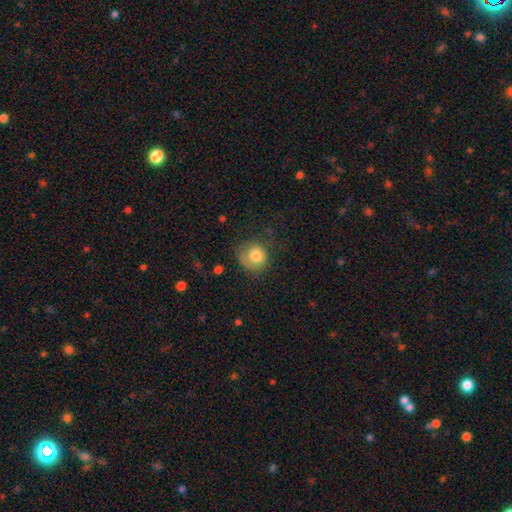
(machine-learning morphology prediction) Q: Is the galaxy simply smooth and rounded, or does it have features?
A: smooth — 79%.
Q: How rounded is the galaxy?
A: round — 81%.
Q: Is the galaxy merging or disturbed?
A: none — 56%.